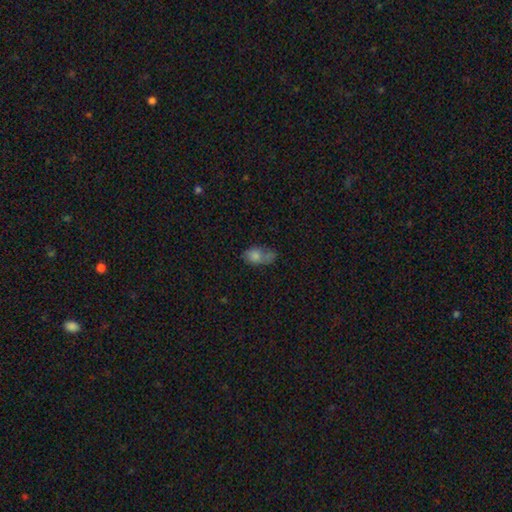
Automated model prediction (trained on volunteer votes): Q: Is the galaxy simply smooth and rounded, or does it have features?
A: smooth — 66%.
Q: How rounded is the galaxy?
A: in between — 78%.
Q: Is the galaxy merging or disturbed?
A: none — 35%.